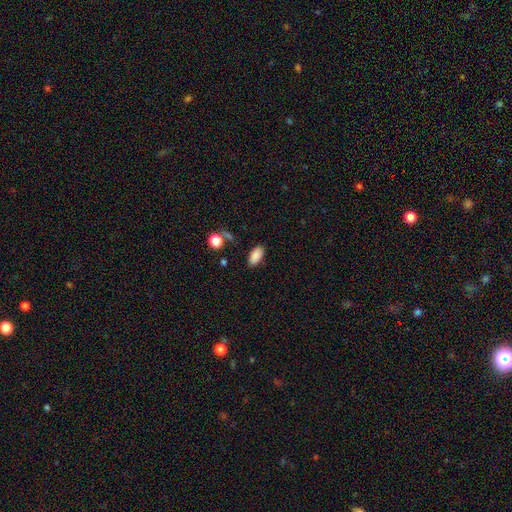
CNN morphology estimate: Q: Smooth or featured?
A: smooth (86%); runner-up: star or artifact (9%)
Q: How rounded?
A: in between (92%); runner-up: cigar-shaped (4%)
Q: Merging?
A: none (82%); runner-up: minor disturbance (12%)